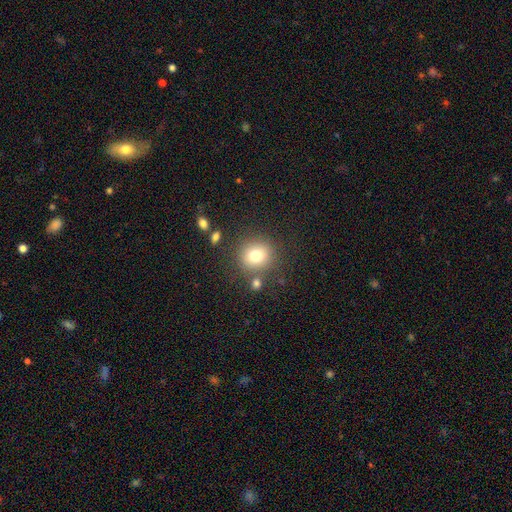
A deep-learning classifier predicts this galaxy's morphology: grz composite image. It shows a smooth galaxy with no disk features (77%) that is round (85%). Merging: none (78%).